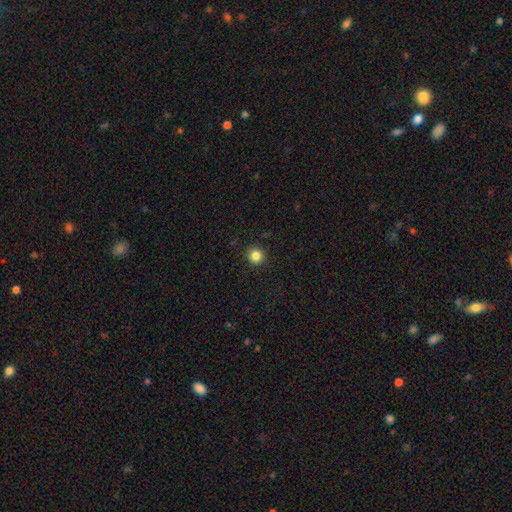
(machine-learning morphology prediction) The model was most divided on "smooth or featured": smooth: 85%, star or artifact: 11%, featured or disk: 4%. More confident: how rounded — round (94%); merging — none (92%).